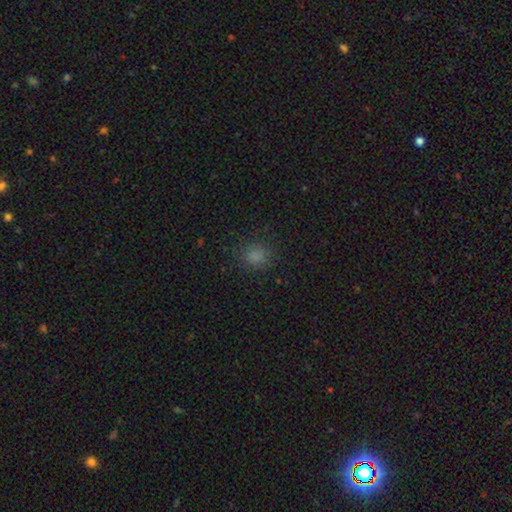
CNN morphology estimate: Overall: smooth (81%). How rounded: round (78%). Merging: none (86%).